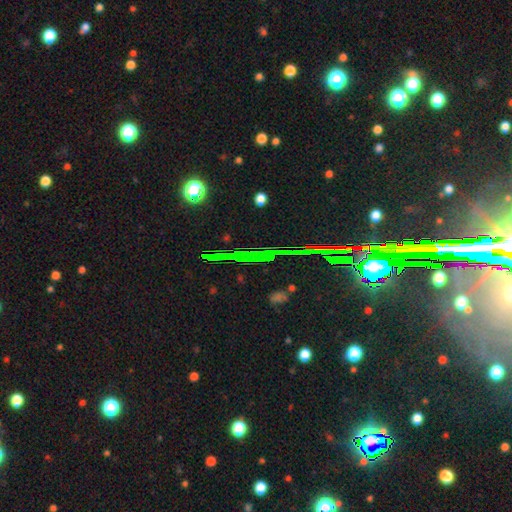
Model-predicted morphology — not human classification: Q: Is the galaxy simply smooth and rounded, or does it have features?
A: star or artifact — 75%.